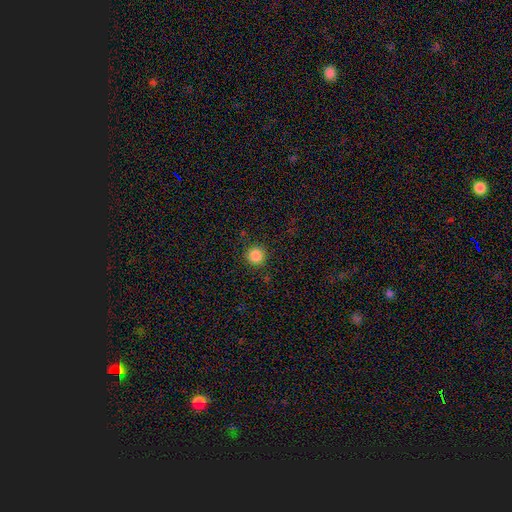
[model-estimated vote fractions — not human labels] Smooth or featured: smooth — 86% (star or artifact — 11%)
How rounded: round — 94% (in between — 5%)
Merging: none — 90% (minor disturbance — 6%)